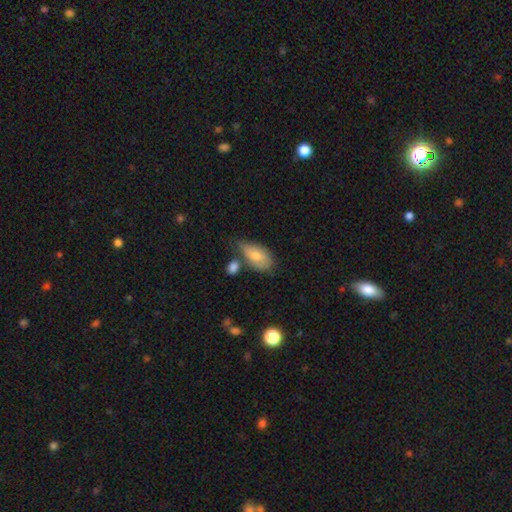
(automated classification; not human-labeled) Smooth or featured?
  - smooth: 74% *
  - featured or disk: 19%
  - star or artifact: 7%
How rounded?
  - in between: 91% *
  - round: 5%
  - cigar-shaped: 3%
Merging?
  - none: 41% *
  - minor disturbance: 32%
  - merger: 17%
  - major disturbance: 11%